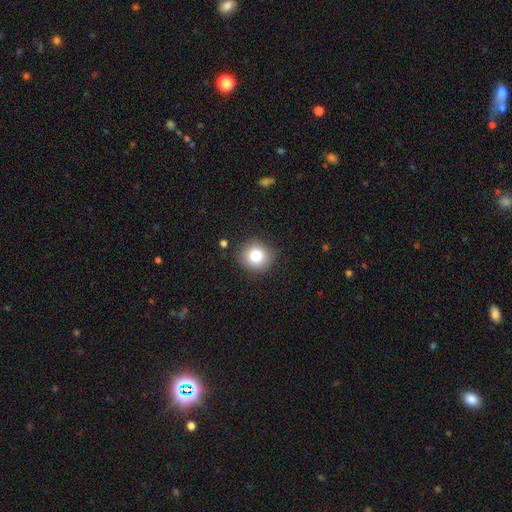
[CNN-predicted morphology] smooth 81%, star or artifact 11%, featured or disk 8%. Down the decision tree: how rounded — round (88%); merging — none (87%).